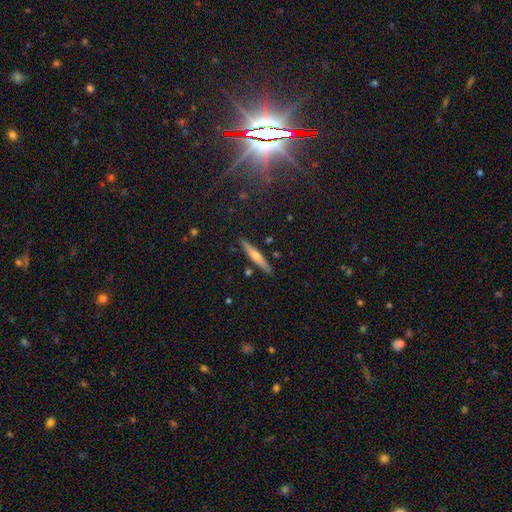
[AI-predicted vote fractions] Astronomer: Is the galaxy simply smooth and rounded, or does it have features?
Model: featured or disk — 54% (runner-up: smooth, 39%).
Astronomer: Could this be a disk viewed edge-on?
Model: yes — 95%.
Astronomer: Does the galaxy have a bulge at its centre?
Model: rounded — 83%.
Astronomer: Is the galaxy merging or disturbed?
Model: none — 88%.